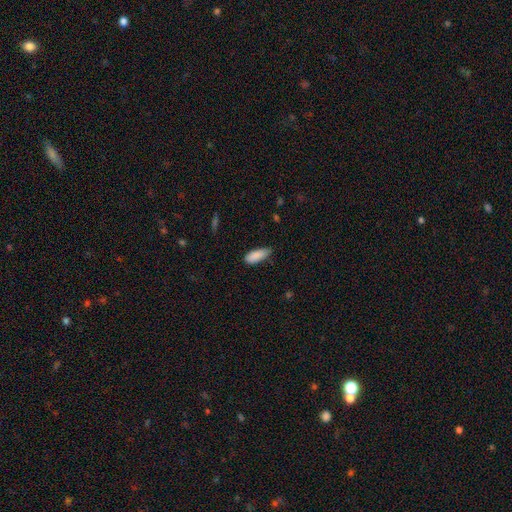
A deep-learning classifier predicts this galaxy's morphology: Smooth or featured? smooth (88%)
How rounded? in between (76%)
Merging? none (60%)